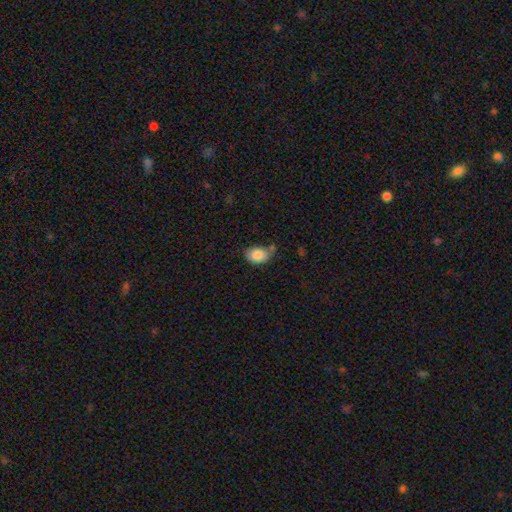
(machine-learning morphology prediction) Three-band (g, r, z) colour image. It shows a smooth galaxy with no disk features (86%) that is in between round and cigar-shaped (79%). Merging: none (61%).